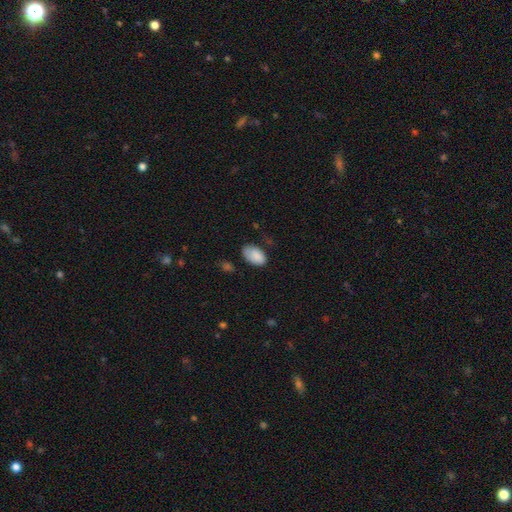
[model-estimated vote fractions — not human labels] smooth 86%, featured or disk 7%, star or artifact 7%. Down the decision tree: how rounded — in between (93%); merging — none (61%).